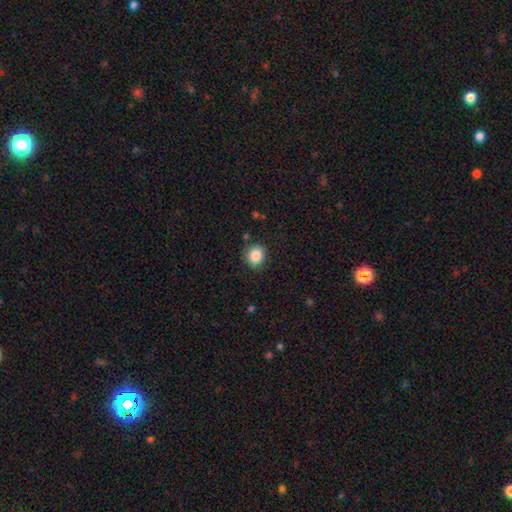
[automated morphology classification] smooth 86%, star or artifact 9%, featured or disk 5%. Down the decision tree: how rounded — round (84%); merging — none (83%).